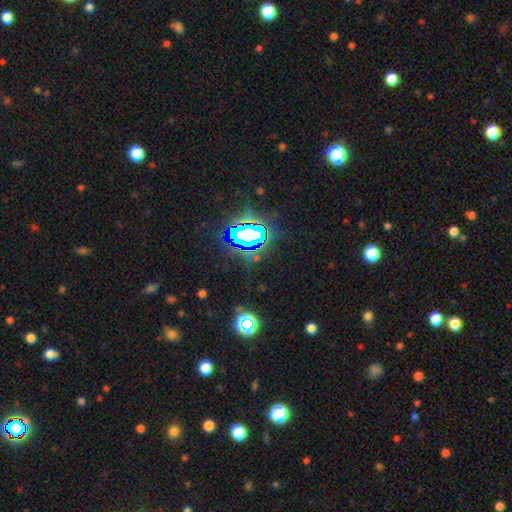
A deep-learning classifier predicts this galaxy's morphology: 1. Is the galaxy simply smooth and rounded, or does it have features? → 75% star or artifact, 15% smooth, 10% featured or disk.